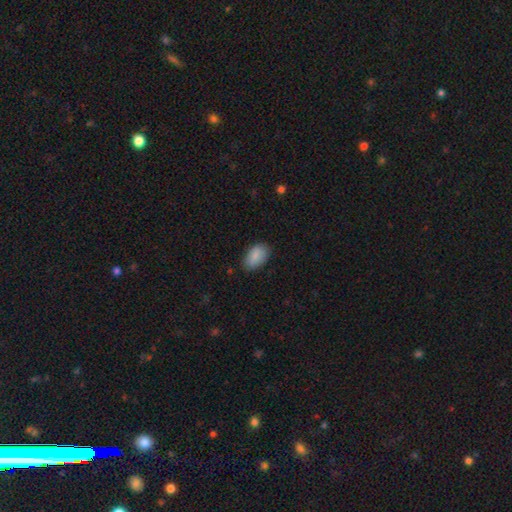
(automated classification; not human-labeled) This appears to be a smooth galaxy with no disk features (87%) that is in between round and cigar-shaped (93%). Merging: none (80%).